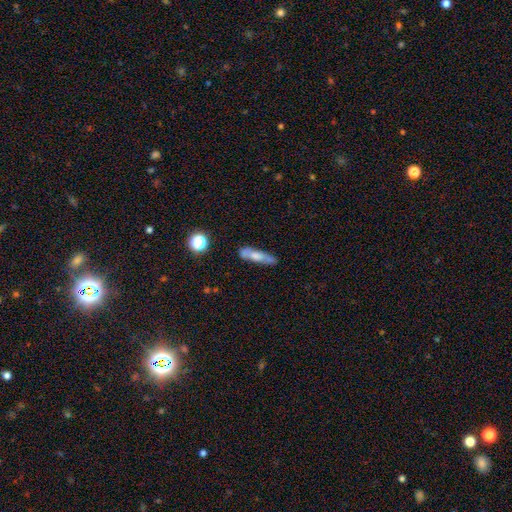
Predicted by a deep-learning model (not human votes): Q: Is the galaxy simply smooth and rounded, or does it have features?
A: smooth — 59%.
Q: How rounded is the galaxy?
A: cigar-shaped — 74%.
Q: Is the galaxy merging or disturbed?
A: none — 66%.